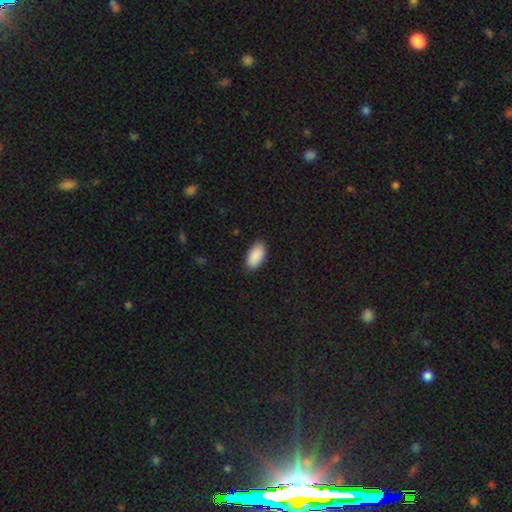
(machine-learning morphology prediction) smooth-or-featured: smooth: 91% | star or artifact: 6% | featured or disk: 3%
  how-rounded: in between: 95% | round: 3% | cigar-shaped: 2%
  merging: none: 87% | minor disturbance: 10% | major disturbance: 2% | merger: 1%